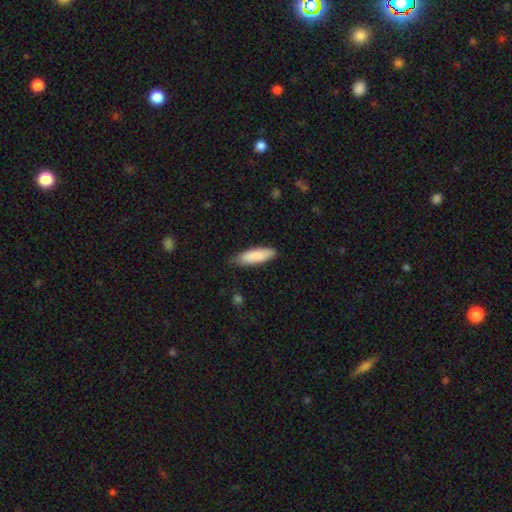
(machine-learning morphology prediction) Smooth or featured? smooth (87%)
How rounded? in between (50%)
Merging? none (76%)